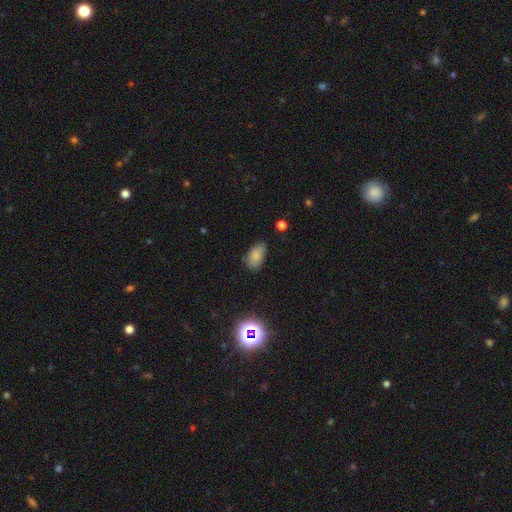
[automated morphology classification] Q: Smooth or featured?
A: smooth (79%); runner-up: star or artifact (12%)
Q: How rounded?
A: in between (92%); runner-up: round (6%)
Q: Merging?
A: none (71%); runner-up: minor disturbance (23%)